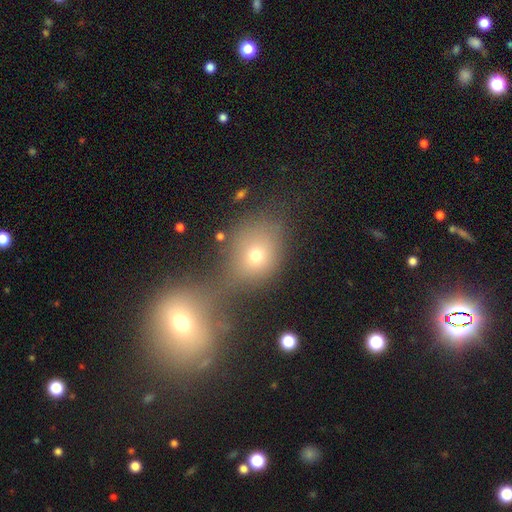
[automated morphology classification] This is likely a smooth galaxy (67%). How rounded: likely round (63%). Merging: possibly merger (52%).